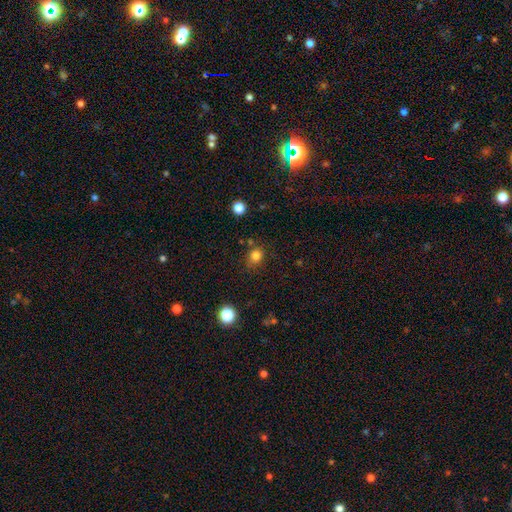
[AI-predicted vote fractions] A smooth galaxy with no disk features (81%) that is round (73%). Merging: none (74%).